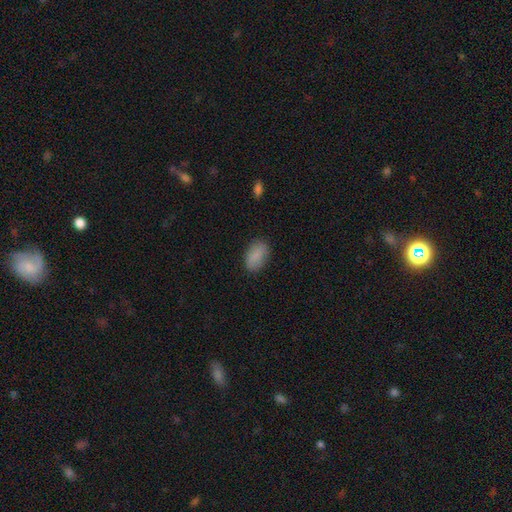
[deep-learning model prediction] A smooth galaxy with no disk features (87%) that is in between round and cigar-shaped (91%). Merging: none (84%).